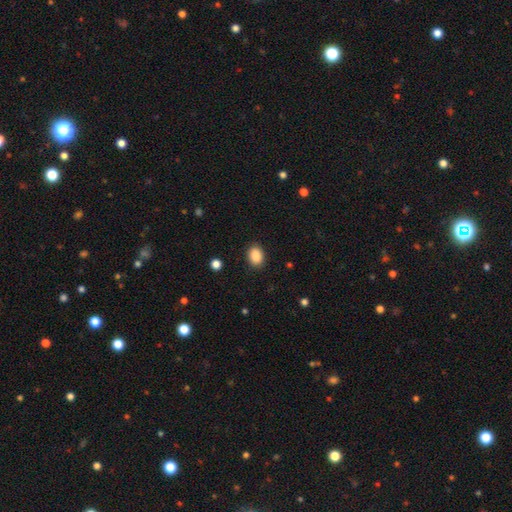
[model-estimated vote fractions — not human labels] A smooth galaxy with no disk features (89%) that is in between round and cigar-shaped (73%).

Vote fractions:
- Smooth or featured? smooth: 89% / star or artifact: 8% / featured or disk: 3%
- How rounded? in between: 73% / round: 26% / cigar-shaped: 1%
- Merging? none: 88% / minor disturbance: 8% / major disturbance: 2% / merger: 1%